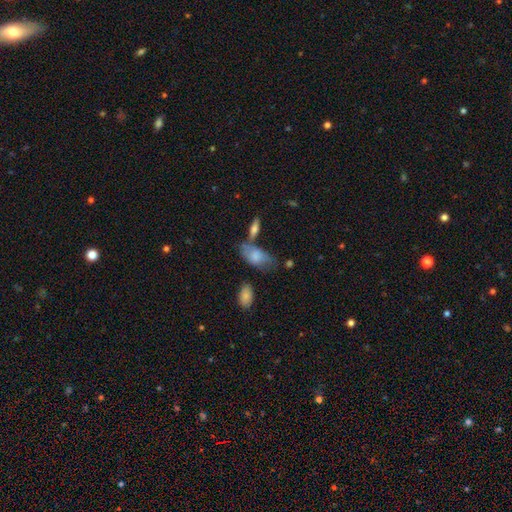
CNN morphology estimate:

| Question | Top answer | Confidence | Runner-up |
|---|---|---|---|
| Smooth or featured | smooth | 71% | featured or disk (22%) |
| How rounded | in between | 91% | cigar-shaped (5%) |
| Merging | none | 42% | minor disturbance (27%) |